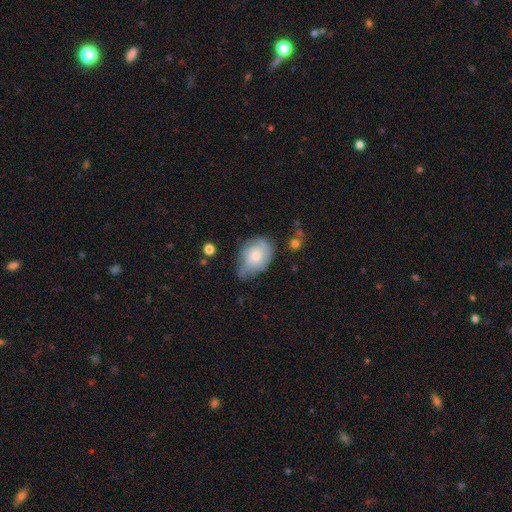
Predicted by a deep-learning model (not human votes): smooth-or-featured: smooth: 50% | featured or disk: 42% | star or artifact: 7%
  how-rounded: in between: 69% | round: 29% | cigar-shaped: 1%
  merging: none: 44% | minor disturbance: 38% | major disturbance: 15% | merger: 3%